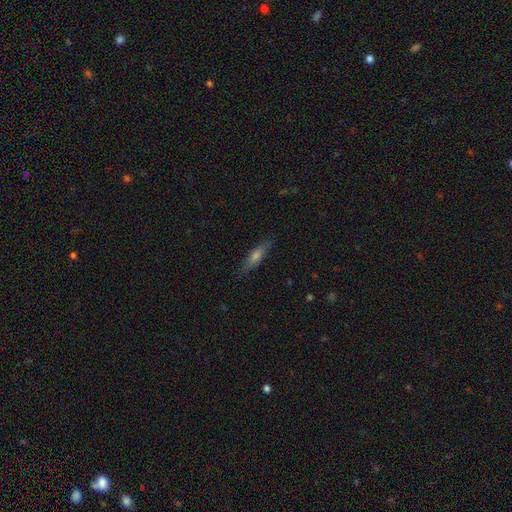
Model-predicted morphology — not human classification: Q: Smooth or featured?
A: smooth (46%); runner-up: featured or disk (45%)
Q: Merging?
A: none (85%); runner-up: minor disturbance (11%)